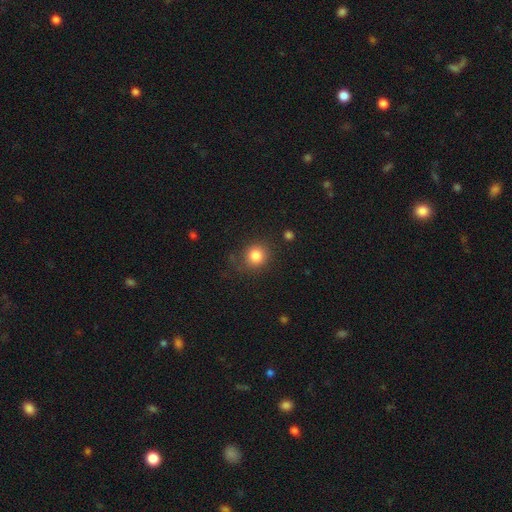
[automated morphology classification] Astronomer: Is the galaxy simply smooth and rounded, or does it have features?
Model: smooth — 83%.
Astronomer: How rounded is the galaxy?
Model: round — 85%.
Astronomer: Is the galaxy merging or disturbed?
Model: none — 81%.